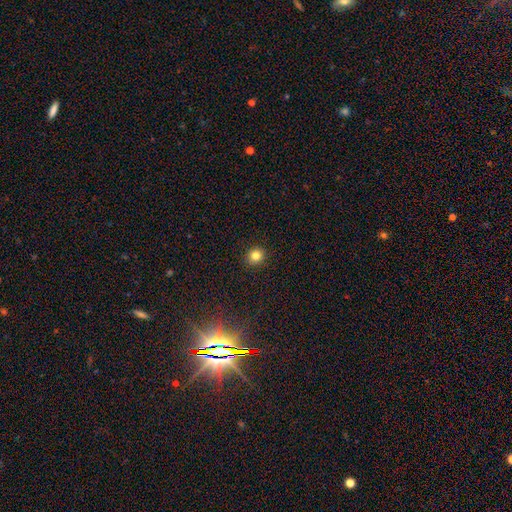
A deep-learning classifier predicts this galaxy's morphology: smooth 82%, star or artifact 13%, featured or disk 5%. Down the decision tree: how rounded — round (89%); merging — none (92%).